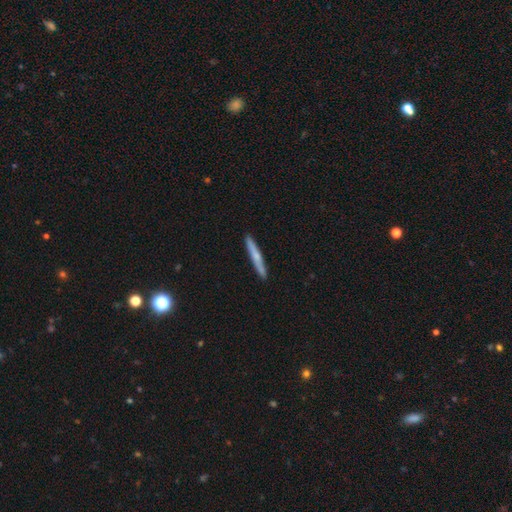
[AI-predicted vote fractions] Smooth or featured: smooth — 54% (featured or disk — 40%)
How rounded: cigar-shaped — 96% (in between — 3%)
Merging: none — 90% (minor disturbance — 7%)